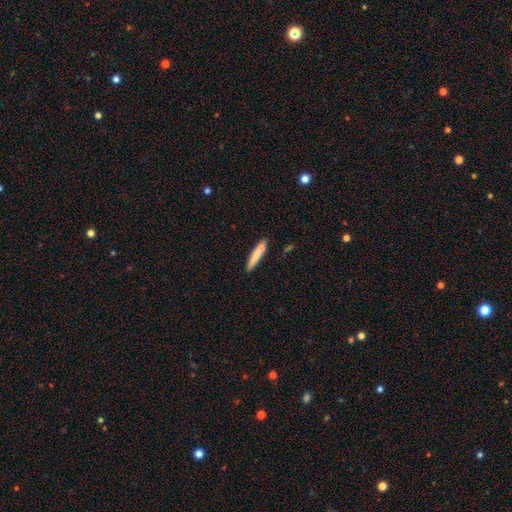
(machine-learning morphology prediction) type=smooth (77%); roundness=cigar-shaped (93%); merging=none (80%).